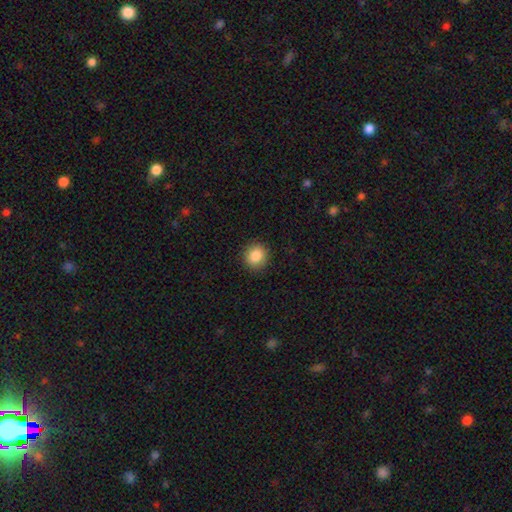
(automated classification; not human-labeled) Smooth or featured? Predicted: smooth (p=0.87). How rounded? Predicted: round (p=0.86). Merging? Predicted: none (p=0.91).